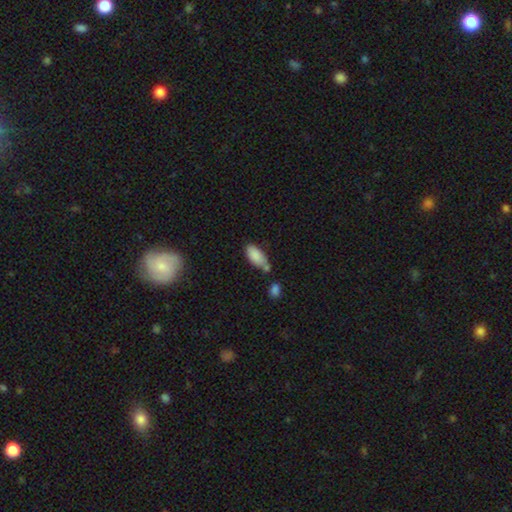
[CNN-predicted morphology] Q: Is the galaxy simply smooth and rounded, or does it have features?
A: smooth — 86%.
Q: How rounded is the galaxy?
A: in between — 89%.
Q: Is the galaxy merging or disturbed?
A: none — 45%.